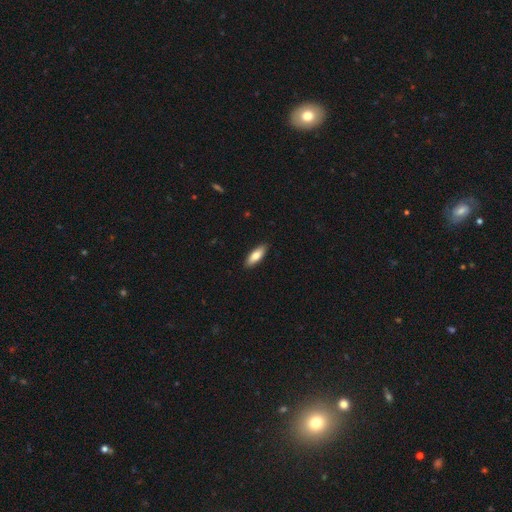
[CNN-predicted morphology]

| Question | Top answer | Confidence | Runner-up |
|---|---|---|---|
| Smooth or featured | smooth | 79% | featured or disk (15%) |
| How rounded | in between | 64% | cigar-shaped (34%) |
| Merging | none | 90% | minor disturbance (8%) |